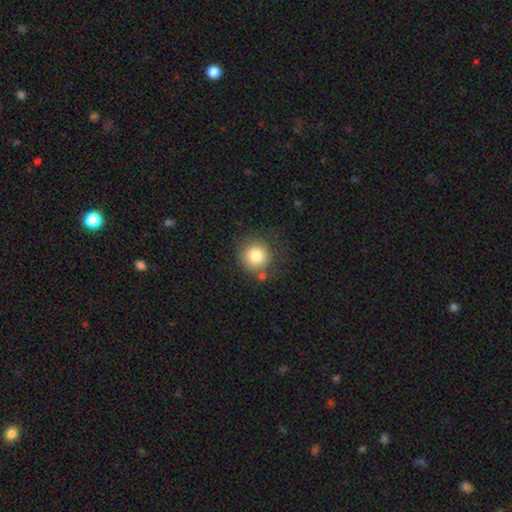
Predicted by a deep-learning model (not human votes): Smooth or featured?
  - smooth: 82% *
  - star or artifact: 10%
  - featured or disk: 8%
How rounded?
  - round: 92% *
  - in between: 7%
  - cigar-shaped: 1%
Merging?
  - none: 74% *
  - minor disturbance: 14%
  - merger: 7%
  - major disturbance: 5%